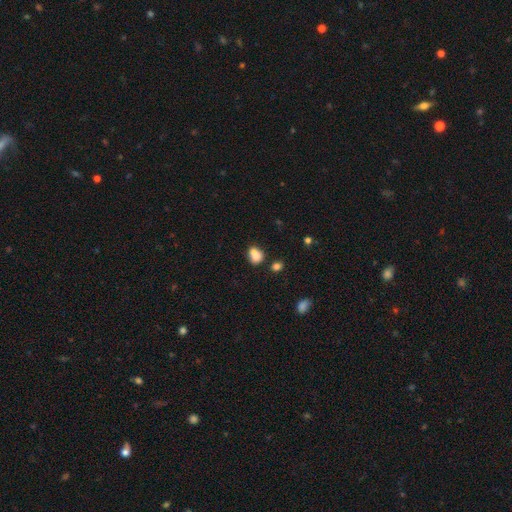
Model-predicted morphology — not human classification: Overall: smooth (79%). How rounded: in between (57%; round 41%). Merging: none (44%; merger 35%).